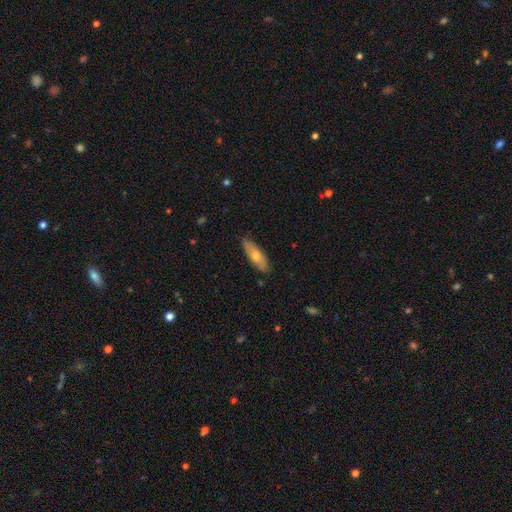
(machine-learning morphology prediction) smooth_or_featured: smooth (p=0.59) [alt: featured or disk p=0.35]
how_rounded: in between (p=0.49) [tied with: cigar-shaped p=0.49]
merging: none (p=0.86) [alt: minor disturbance p=0.11]